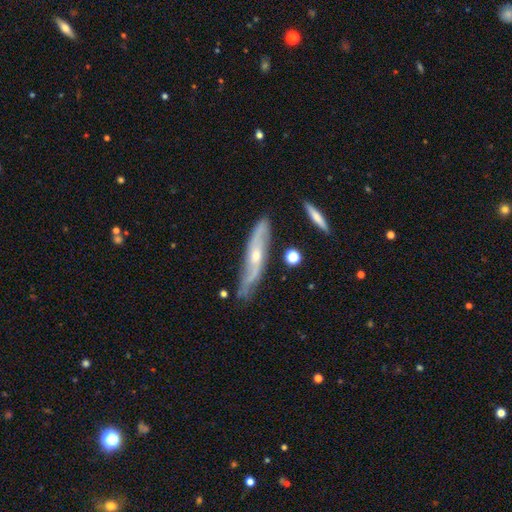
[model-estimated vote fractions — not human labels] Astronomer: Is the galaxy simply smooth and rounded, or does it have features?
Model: featured or disk — 76%.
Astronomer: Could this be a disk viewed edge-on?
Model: no — 61% (runner-up: yes, 39%).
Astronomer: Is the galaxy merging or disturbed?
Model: none — 72%.